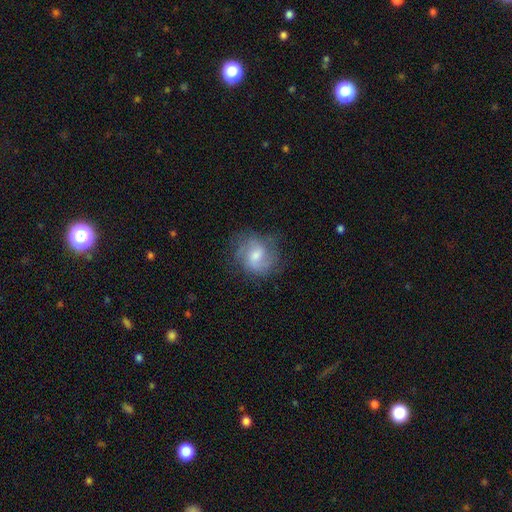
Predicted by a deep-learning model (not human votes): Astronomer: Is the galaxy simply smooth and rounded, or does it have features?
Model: featured or disk — 65%.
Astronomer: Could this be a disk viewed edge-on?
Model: no — 97%.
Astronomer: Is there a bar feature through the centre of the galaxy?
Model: weak — 54% (runner-up: no, 33%).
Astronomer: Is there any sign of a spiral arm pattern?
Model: yes — 89%.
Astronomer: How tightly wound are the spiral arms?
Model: medium — 48% (runner-up: loose, 28%).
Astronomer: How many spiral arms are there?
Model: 2 — 67%.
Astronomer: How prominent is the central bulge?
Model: moderate — 53% (runner-up: small, 32%).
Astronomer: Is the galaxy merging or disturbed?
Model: none — 69%.